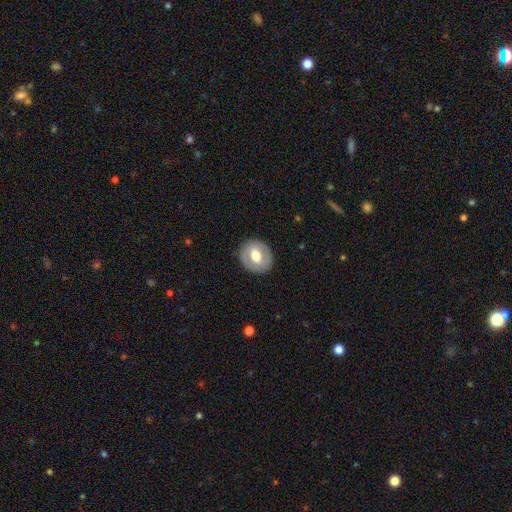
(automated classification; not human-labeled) The model was most divided on "smooth or featured": smooth: 53%, featured or disk: 40%, star or artifact: 6%. More confident: merging — none (88%); how rounded — round (72%).